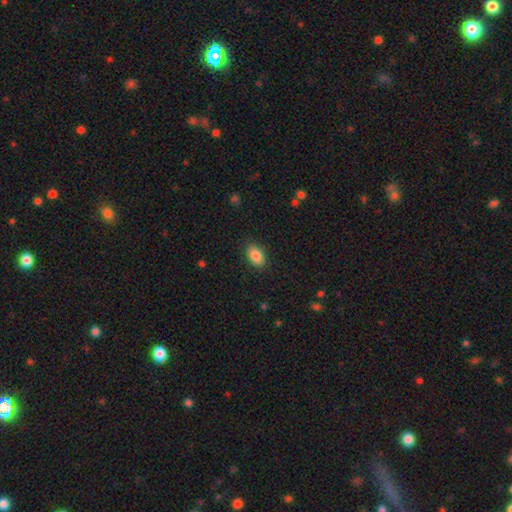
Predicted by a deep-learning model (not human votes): Smooth or featured? smooth (88%)
How rounded? in between (91%)
Merging? none (87%)